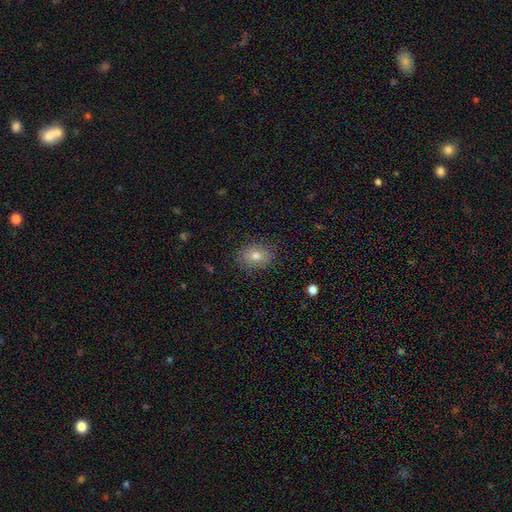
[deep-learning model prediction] Smooth or featured? Predicted: smooth (p=0.76). How rounded? Predicted: in between (p=0.64). Merging? Predicted: none (p=0.87).